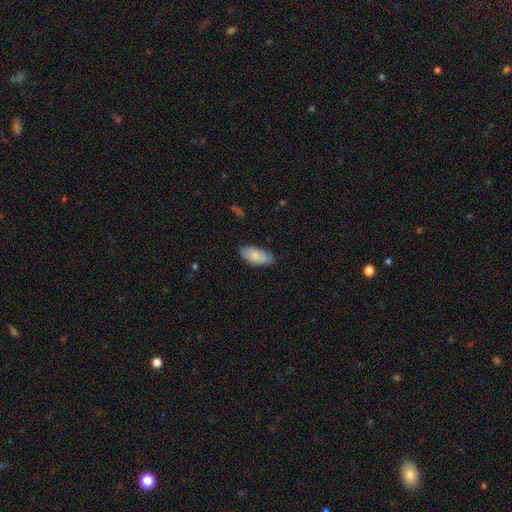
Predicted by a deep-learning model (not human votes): smooth_or_featured: smooth (p=0.84) [alt: featured or disk p=0.10]
how_rounded: in between (p=0.90) [alt: cigar-shaped p=0.09]
merging: none (p=0.79) [alt: minor disturbance p=0.17]